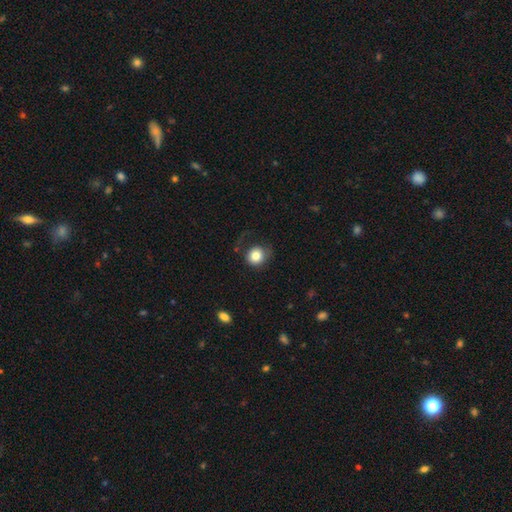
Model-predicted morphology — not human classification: The model was most divided on "merging": none: 64%, minor disturbance: 21%, major disturbance: 13%, merger: 2%. More confident: how rounded — round (84%); smooth or featured — smooth (81%).